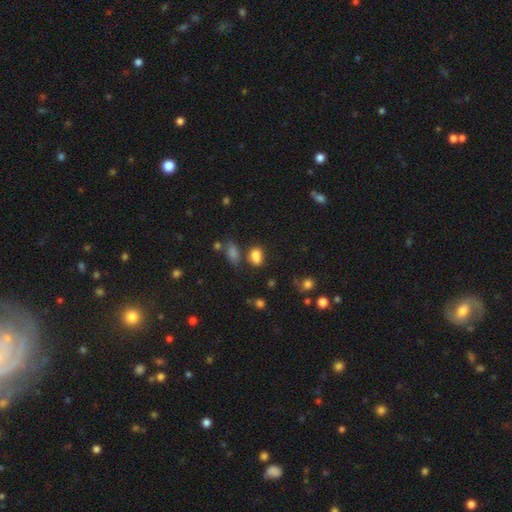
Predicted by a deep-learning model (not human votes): This is clearly a smooth galaxy (82%). How rounded: clearly in between (80%). Merging: likely none (62%).